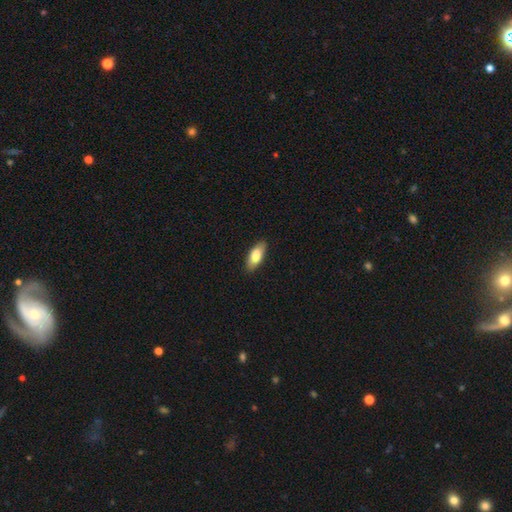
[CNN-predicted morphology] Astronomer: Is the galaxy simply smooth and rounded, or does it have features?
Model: smooth — 82%.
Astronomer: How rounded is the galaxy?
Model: in between — 82%.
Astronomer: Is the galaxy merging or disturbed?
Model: none — 88%.